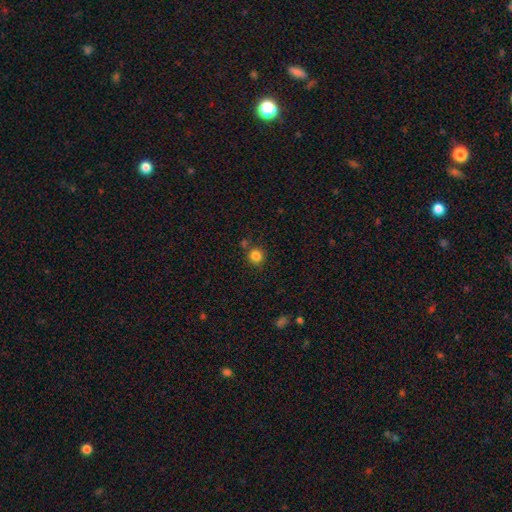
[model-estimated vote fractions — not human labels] This appears to be a smooth galaxy with no disk features (84%) that is round (91%). Merging: none (80%).